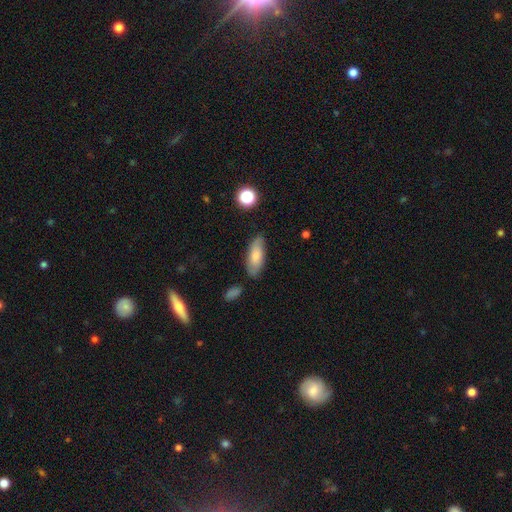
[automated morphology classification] smooth 76%, featured or disk 18%, star or artifact 7%. Down the decision tree: how rounded — in between (77%); merging — none (75%).